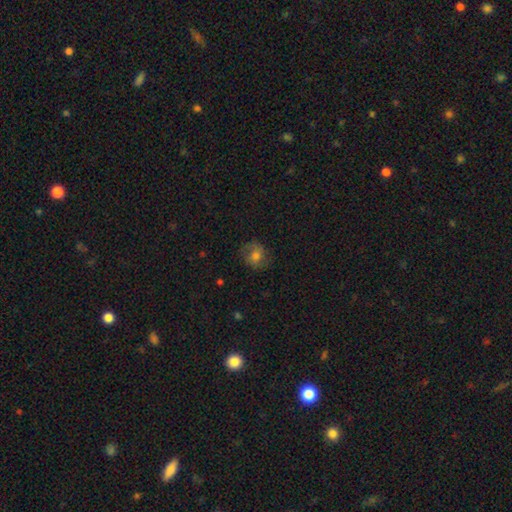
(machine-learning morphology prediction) This is possibly a smooth galaxy (59%). How rounded: likely round (72%). Merging: likely none (71%).